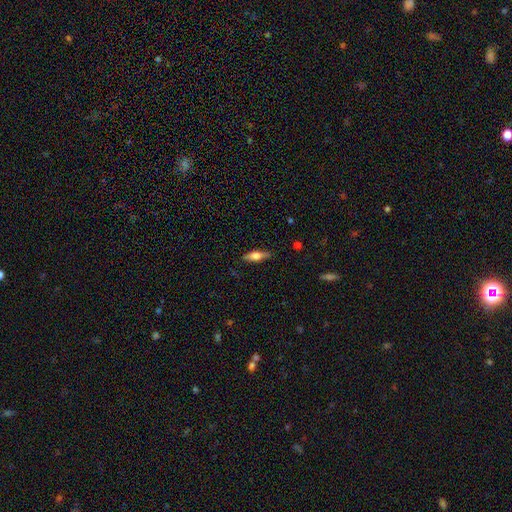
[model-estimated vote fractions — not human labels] Smooth or featured?
  - smooth: 54% *
  - featured or disk: 39%
  - star or artifact: 7%
How rounded?
  - in between: 53% *
  - cigar-shaped: 44%
  - round: 3%
Merging?
  - none: 84% *
  - minor disturbance: 12%
  - major disturbance: 3%
  - merger: 1%